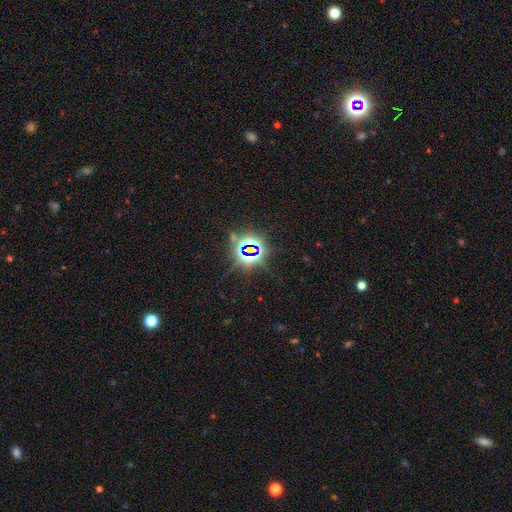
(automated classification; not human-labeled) Q: Smooth or featured?
A: star or artifact (81%); runner-up: smooth (11%)